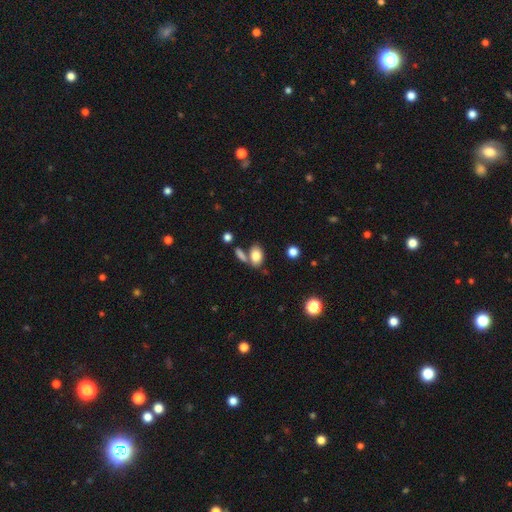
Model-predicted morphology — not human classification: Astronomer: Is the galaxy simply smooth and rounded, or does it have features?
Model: smooth — 81%.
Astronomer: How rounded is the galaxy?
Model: in between — 85%.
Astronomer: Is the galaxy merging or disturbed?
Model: none — 60%.